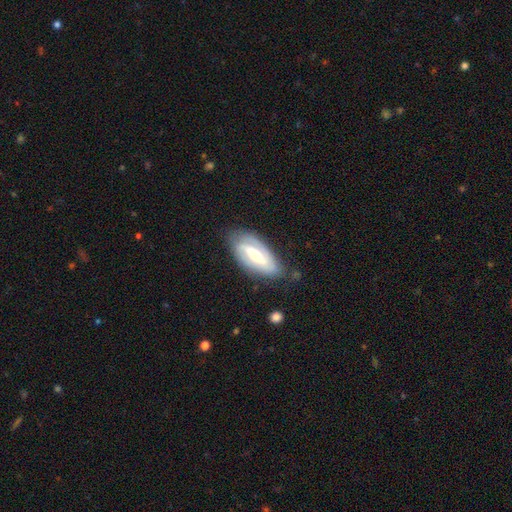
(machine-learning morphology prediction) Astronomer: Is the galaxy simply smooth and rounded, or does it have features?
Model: featured or disk — 76%.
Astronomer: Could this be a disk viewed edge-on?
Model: no — 91%.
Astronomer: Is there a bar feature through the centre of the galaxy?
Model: strong — 47% (runner-up: weak, 35%).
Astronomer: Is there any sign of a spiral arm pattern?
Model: yes — 84%.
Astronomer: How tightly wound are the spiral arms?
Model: tight — 43% (runner-up: medium, 38%).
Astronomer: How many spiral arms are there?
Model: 2 — 76%.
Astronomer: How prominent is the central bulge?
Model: moderate — 62%.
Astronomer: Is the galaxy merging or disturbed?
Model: none — 75%.